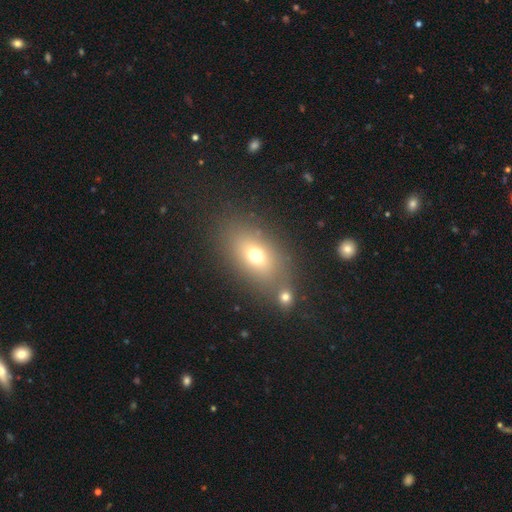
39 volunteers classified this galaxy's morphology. Smooth or featured? 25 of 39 (64%) said smooth. How rounded? 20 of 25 (80%) said in between. Merging? 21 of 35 (60%) said none.